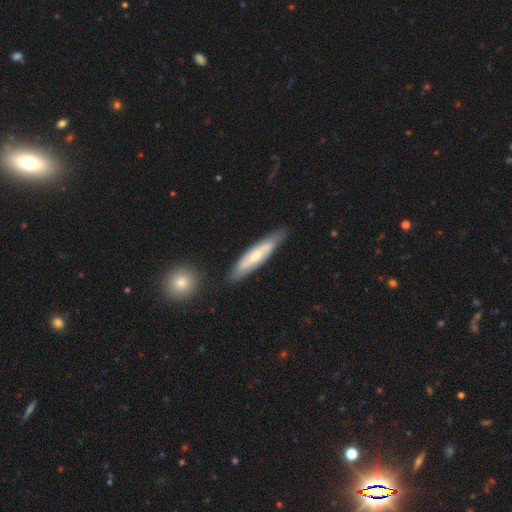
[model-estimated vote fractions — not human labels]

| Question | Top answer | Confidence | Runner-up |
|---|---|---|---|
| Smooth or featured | smooth | 50% | featured or disk (44%) |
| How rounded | cigar-shaped | 83% | in between (16%) |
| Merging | none | 79% | minor disturbance (15%) |